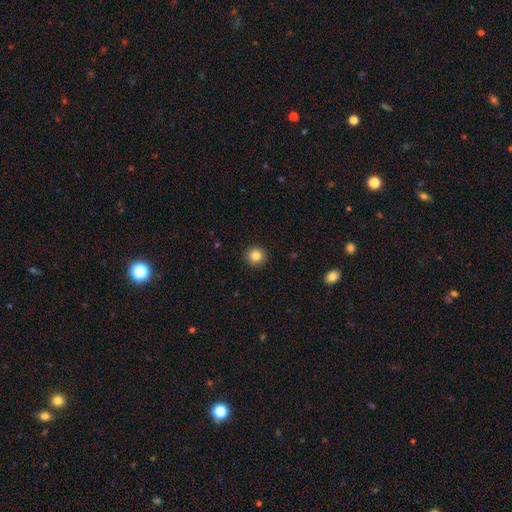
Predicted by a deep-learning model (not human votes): The model was most divided on "smooth or featured": smooth: 85%, star or artifact: 11%, featured or disk: 5%. More confident: how rounded — round (95%); merging — none (93%).